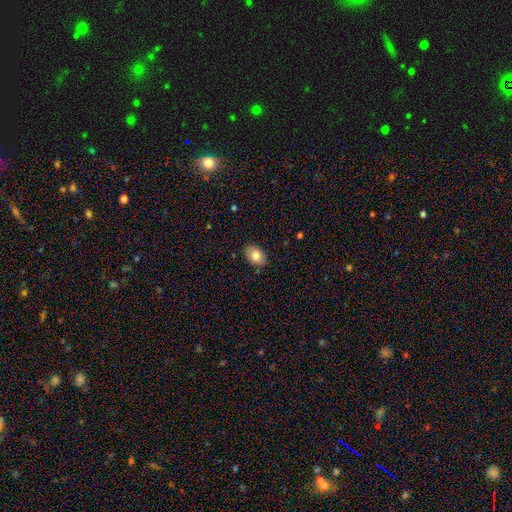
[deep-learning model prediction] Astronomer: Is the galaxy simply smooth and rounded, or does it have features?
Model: smooth — 80%.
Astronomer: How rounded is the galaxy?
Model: in between — 86%.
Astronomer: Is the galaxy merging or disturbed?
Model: none — 86%.